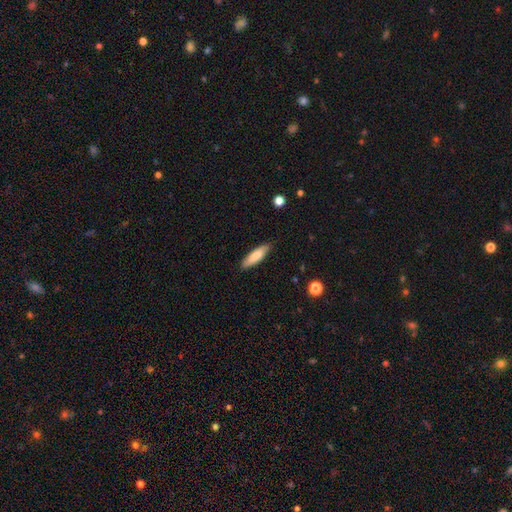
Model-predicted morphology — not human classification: smooth_or_featured: smooth (p=0.82) [alt: featured or disk p=0.12]
how_rounded: cigar-shaped (p=0.62) [alt: in between p=0.36]
merging: none (p=0.85) [alt: minor disturbance p=0.11]